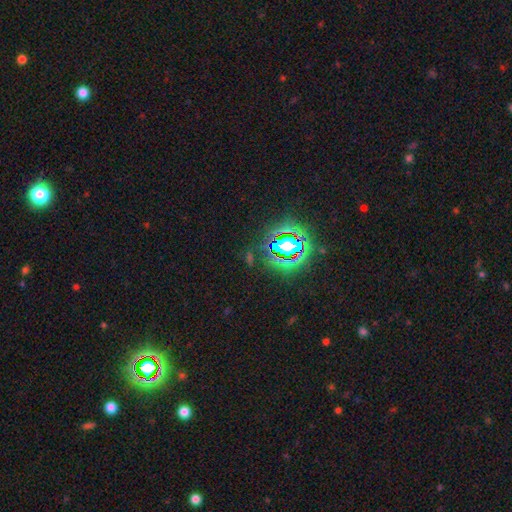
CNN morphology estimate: smooth_or_featured: star or artifact (p=0.79) [alt: smooth p=0.13]